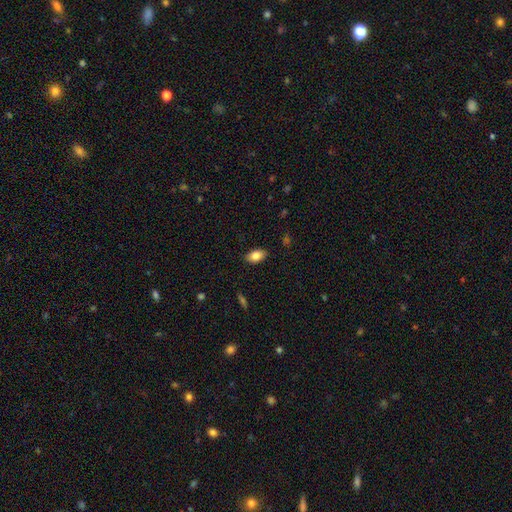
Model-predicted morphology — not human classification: Overall: smooth (83%). How rounded: in between (91%). Merging: none (86%).